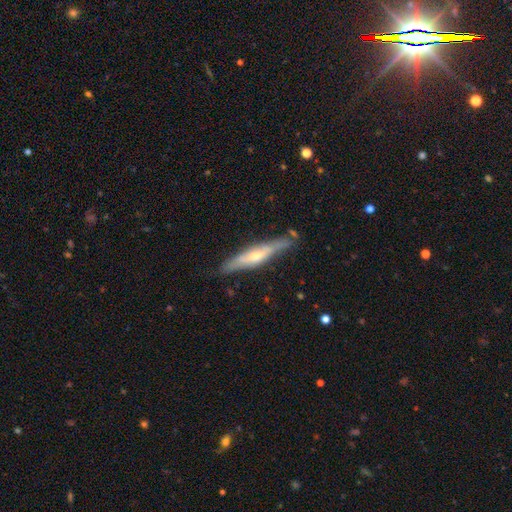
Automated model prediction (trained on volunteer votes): Overall: featured or disk (63%; smooth 31%). Edge-on disk: yes (89%). Edge-on bulge: rounded (70%). Merging: none (79%).